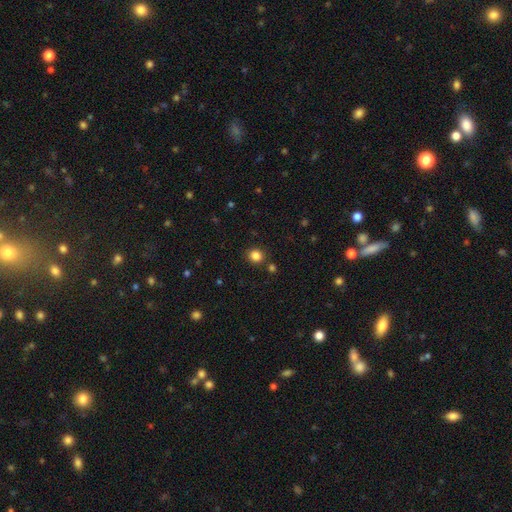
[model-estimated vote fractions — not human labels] Morphology: type=smooth (84%); roundness=round (86%); merging=none (85%).